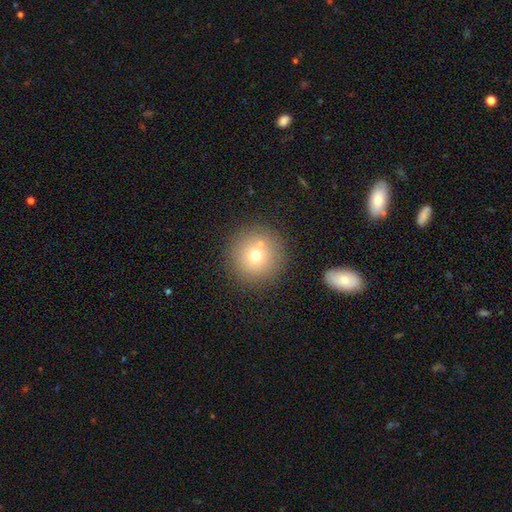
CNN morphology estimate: Smooth or featured? smooth (71%)
How rounded? round (96%)
Merging? none (81%)